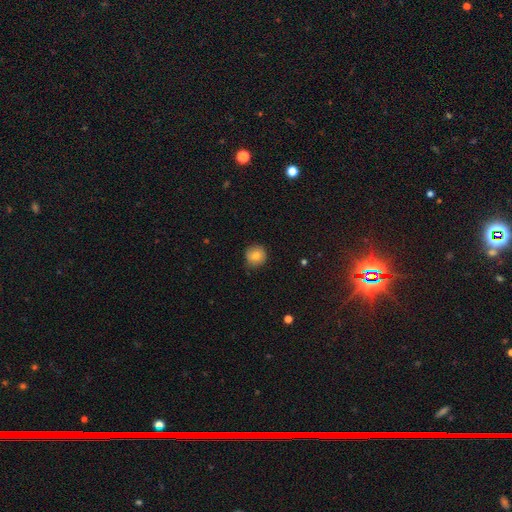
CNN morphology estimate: type=smooth (77%); roundness=round (92%); merging=none (82%).